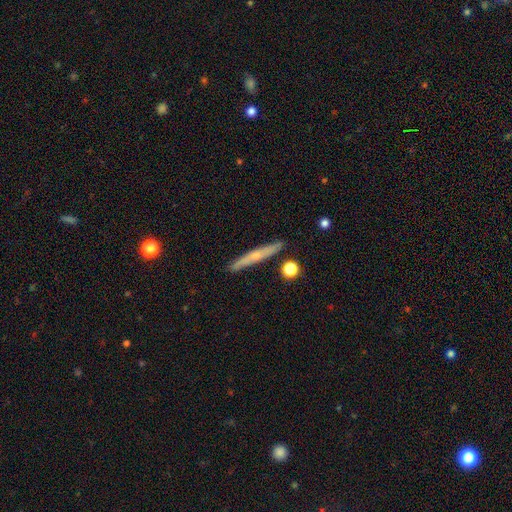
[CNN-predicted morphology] featured or disk 51%, smooth 43%, star or artifact 7%. Down the decision tree: edge-on disk — yes (93%); merging — none (87%).